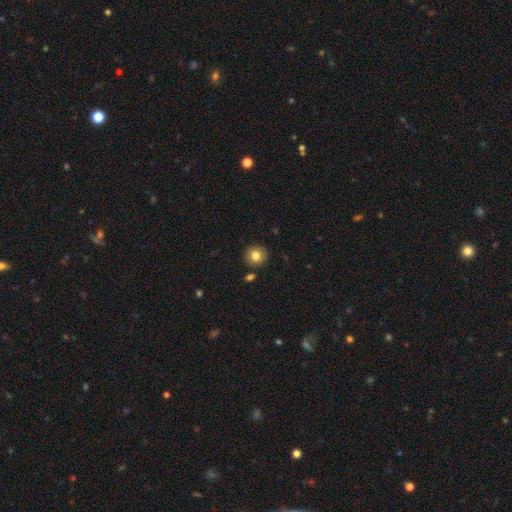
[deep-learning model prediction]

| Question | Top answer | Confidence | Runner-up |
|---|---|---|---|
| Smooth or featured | smooth | 82% | star or artifact (10%) |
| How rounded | round | 90% | in between (9%) |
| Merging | none | 88% | minor disturbance (7%) |